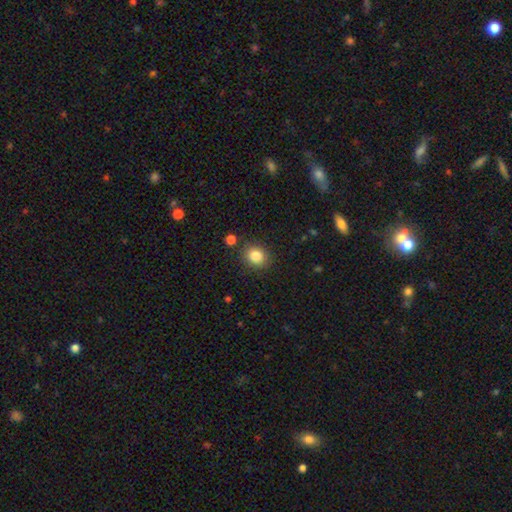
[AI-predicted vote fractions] Smooth or featured?
  - smooth: 83% *
  - star or artifact: 11%
  - featured or disk: 6%
How rounded?
  - round: 72% *
  - in between: 27%
  - cigar-shaped: 1%
Merging?
  - none: 85% *
  - minor disturbance: 9%
  - merger: 3%
  - major disturbance: 3%